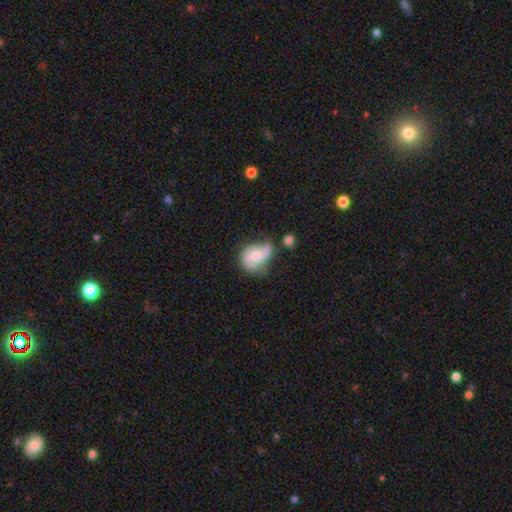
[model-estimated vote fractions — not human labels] Overall: featured or disk (52%; smooth 41%). Edge-on disk: no (96%). Bar: no (68%). Spiral arms: yes (67%; no 33%). Bulge size: moderate (63%; small 30%). Merging: minor disturbance (35%; none 30%).